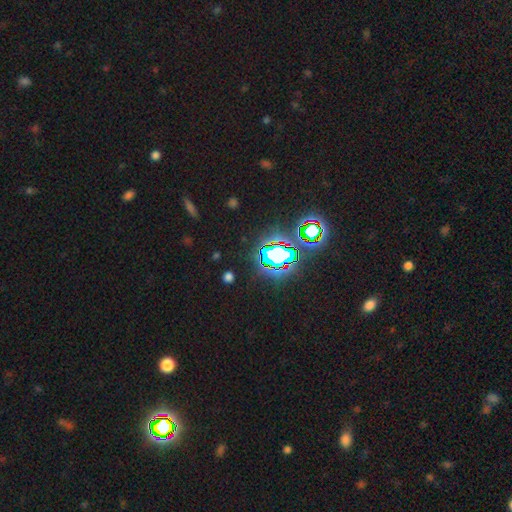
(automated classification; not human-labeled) The model was most divided on "smooth or featured": star or artifact: 78%, smooth: 13%, featured or disk: 9%.